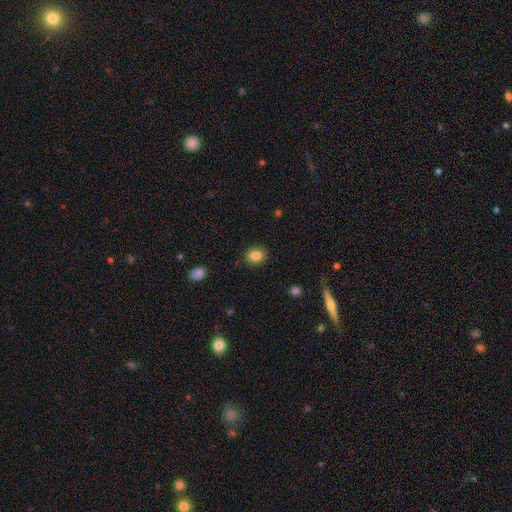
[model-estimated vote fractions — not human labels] A smooth galaxy with no disk features (85%) that is round (68%). Merging: none (88%).